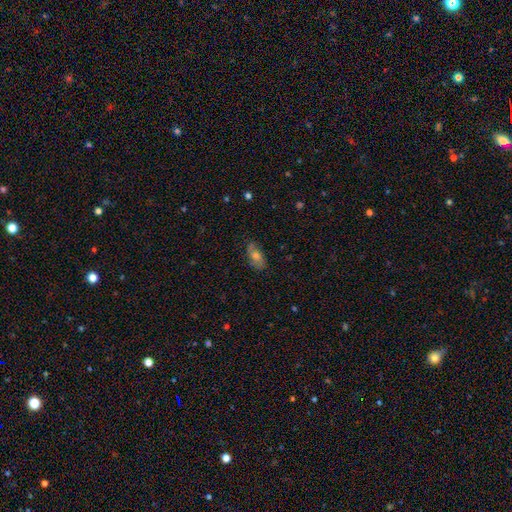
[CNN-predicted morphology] This appears to be a smooth galaxy with no disk features (48%). Merging: none (78%).